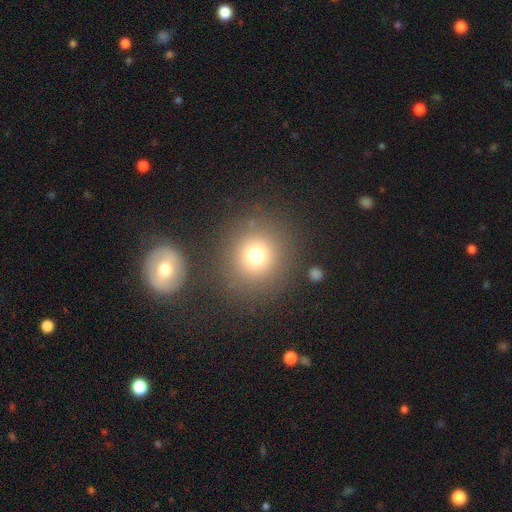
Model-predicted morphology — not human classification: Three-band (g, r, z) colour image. It shows a smooth galaxy with no disk features (74%) that is round (92%). Merging: none (83%).